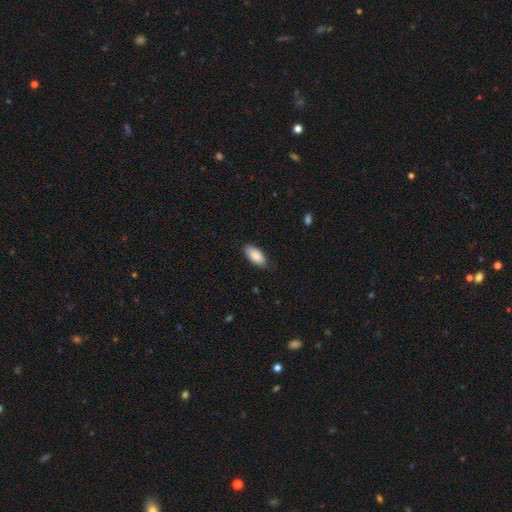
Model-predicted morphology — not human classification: Smooth or featured: smooth — 87% (featured or disk — 6%)
How rounded: in between — 90% (cigar-shaped — 8%)
Merging: none — 83% (minor disturbance — 14%)